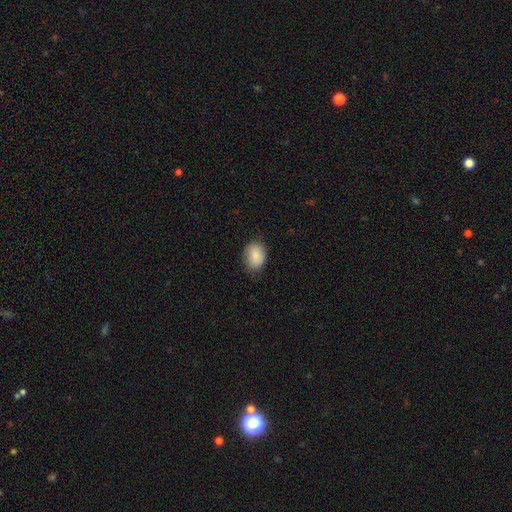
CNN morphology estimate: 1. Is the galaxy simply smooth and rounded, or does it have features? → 87% smooth, 7% star or artifact, 6% featured or disk.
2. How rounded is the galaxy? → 72% in between, 27% round, 1% cigar-shaped.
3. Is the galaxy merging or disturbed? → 82% none, 14% minor disturbance, 3% major disturbance, 1% merger.